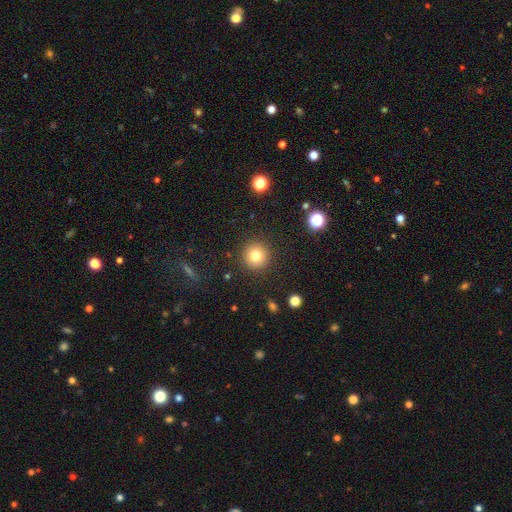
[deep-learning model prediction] Smooth or featured? Predicted: smooth (p=0.78). How rounded? Predicted: round (p=0.95). Merging? Predicted: none (p=0.90).